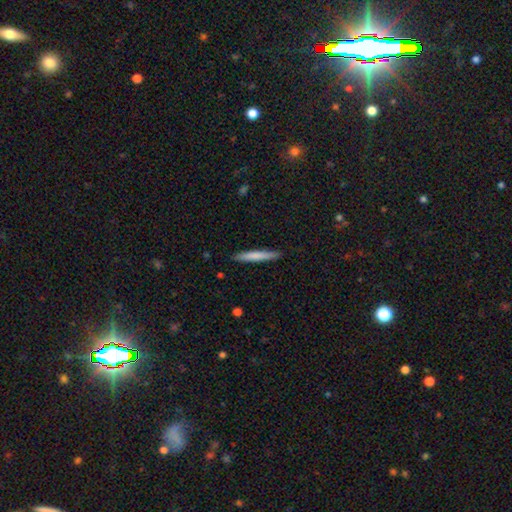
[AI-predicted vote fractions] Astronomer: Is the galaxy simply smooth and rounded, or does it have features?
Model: smooth — 74%.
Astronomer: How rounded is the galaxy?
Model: cigar-shaped — 95%.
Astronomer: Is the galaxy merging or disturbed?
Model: none — 90%.